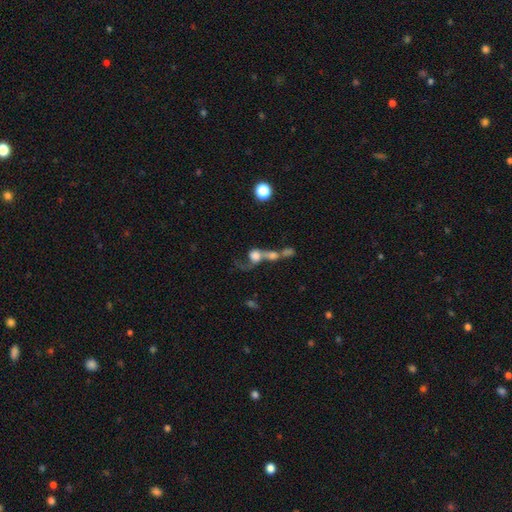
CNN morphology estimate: A smooth galaxy with no disk features (53%) that is round (62%). Merging: merger (69%).